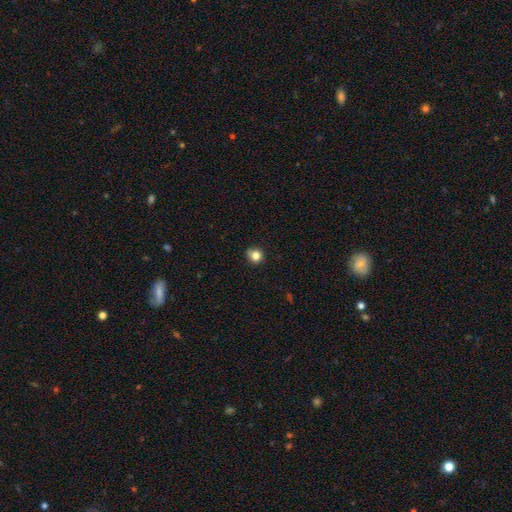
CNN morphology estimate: smooth_or_featured: smooth (p=0.82) [alt: star or artifact p=0.12]
how_rounded: round (p=0.84) [alt: in between p=0.15]
merging: none (p=0.75) [alt: minor disturbance p=0.19]